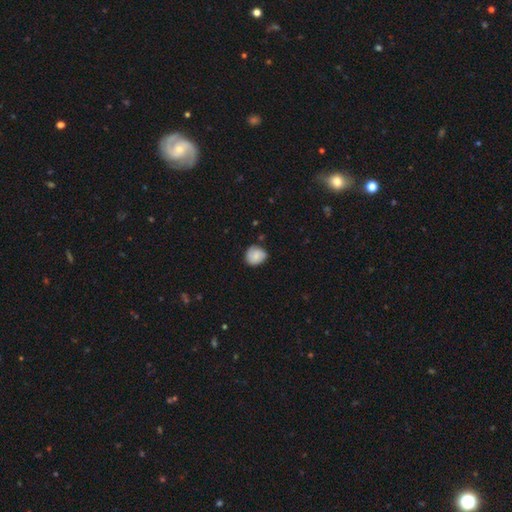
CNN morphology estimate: A smooth galaxy with no disk features (72%) that is round (74%).

Vote fractions:
- Smooth or featured? smooth: 72% / featured or disk: 20% / star or artifact: 8%
- How rounded? round: 74% / in between: 25% / cigar-shaped: 1%
- Merging? none: 67% / minor disturbance: 26% / major disturbance: 5% / merger: 2%